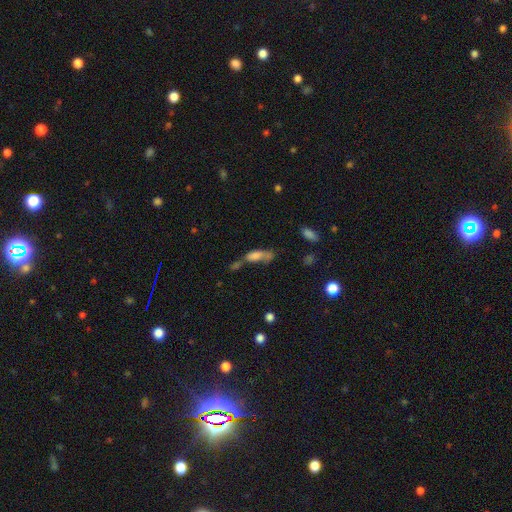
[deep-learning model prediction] A smooth galaxy with no disk features (67%) that is in between round and cigar-shaped (67%). Merging: merger (43%).